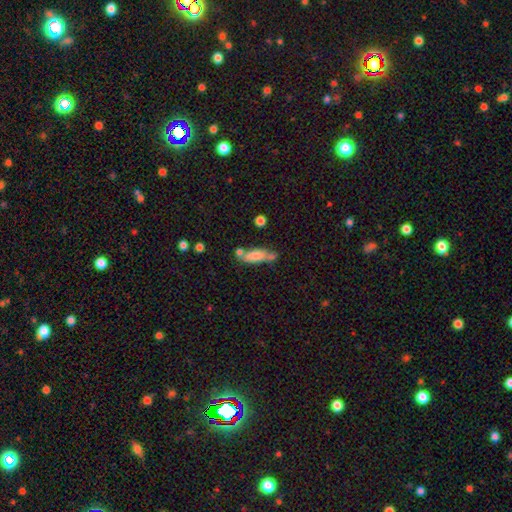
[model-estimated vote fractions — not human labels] Smooth or featured? smooth (66%)
How rounded? in between (54%)
Merging? none (54%)